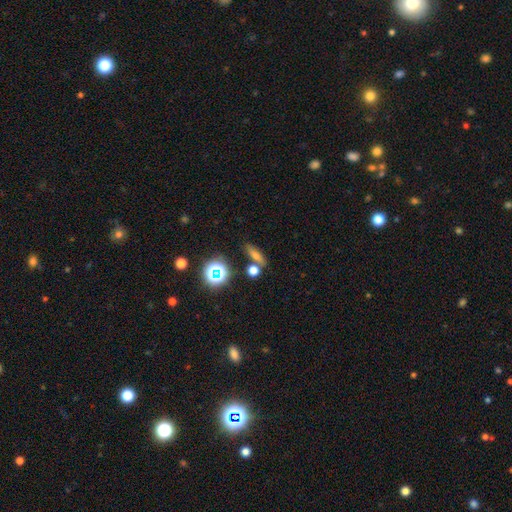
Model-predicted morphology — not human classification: smooth_or_featured: smooth (p=0.54) [alt: star or artifact p=0.27]
how_rounded: cigar-shaped (p=0.51) [alt: in between p=0.30]
merging: none (p=0.74) [alt: merger p=0.11]